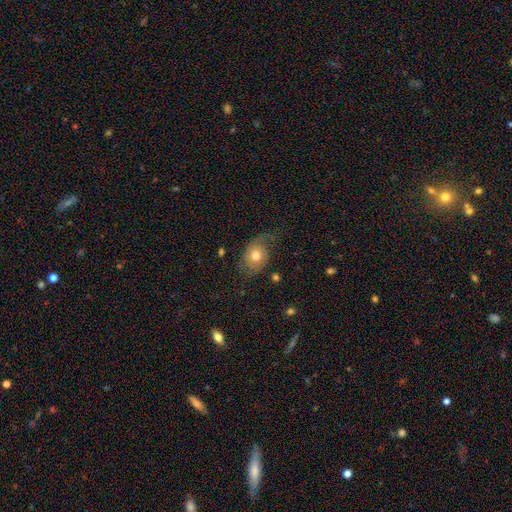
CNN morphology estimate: Smooth or featured? smooth (57%)
How rounded? in between (65%)
Merging? none (45%)